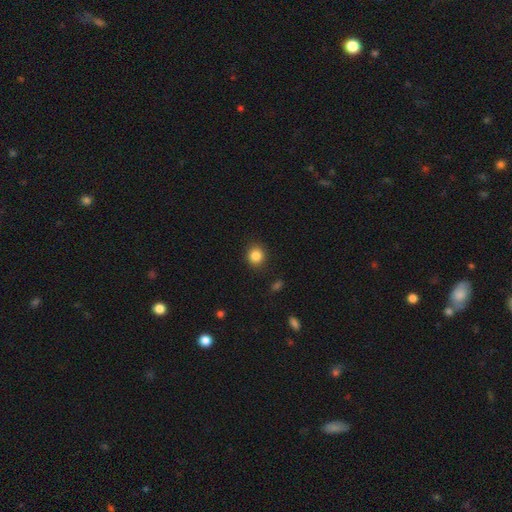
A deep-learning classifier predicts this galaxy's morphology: smooth 85%, star or artifact 10%, featured or disk 4%. Down the decision tree: how rounded — round (87%); merging — none (90%).